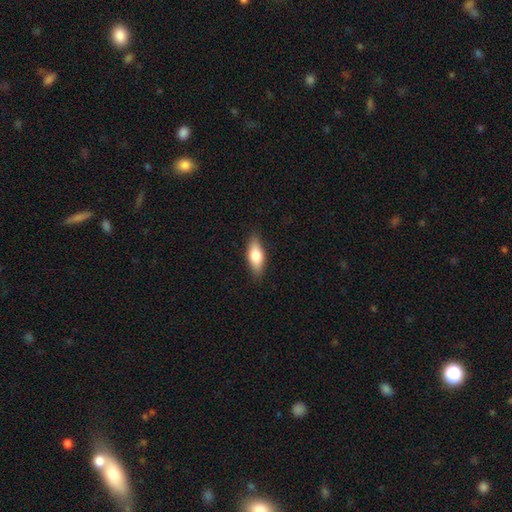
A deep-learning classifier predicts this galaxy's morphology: Q: Smooth or featured?
A: smooth (72%); runner-up: featured or disk (22%)
Q: How rounded?
A: in between (74%); runner-up: cigar-shaped (23%)
Q: Merging?
A: none (86%); runner-up: minor disturbance (11%)